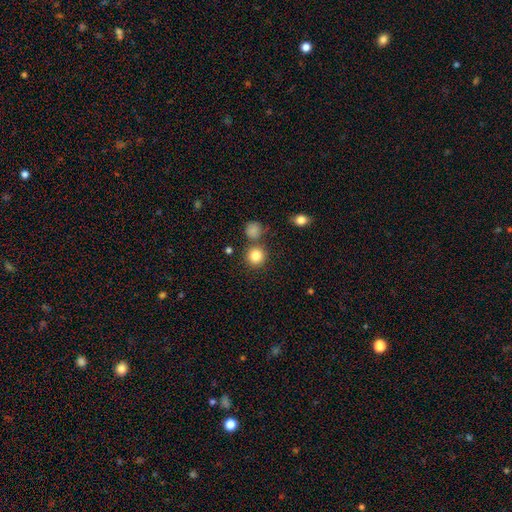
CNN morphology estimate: smooth_or_featured: smooth (p=0.84) [alt: star or artifact p=0.11]
how_rounded: round (p=0.93) [alt: in between p=0.06]
merging: none (p=0.79) [alt: merger p=0.11]